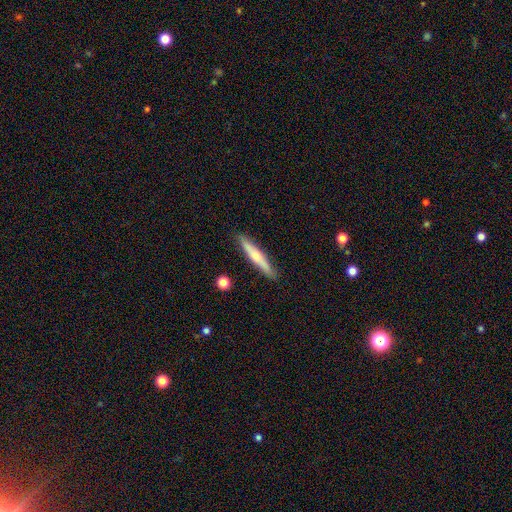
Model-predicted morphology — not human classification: type=featured or disk (52%); edge-on=yes (93%); merging=none (90%).